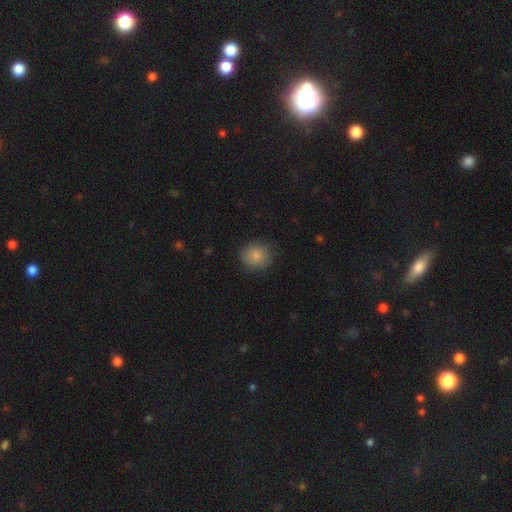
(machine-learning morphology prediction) smooth 84%, star or artifact 9%, featured or disk 7%. Down the decision tree: how rounded — round (86%); merging — none (83%).